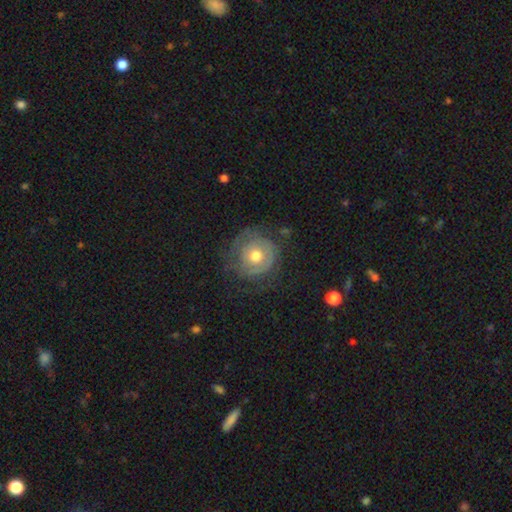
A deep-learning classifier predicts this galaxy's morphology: smooth-or-featured: featured or disk: 54% | smooth: 38% | star or artifact: 8%
  disk-edge-on: no: 97% | yes: 3%
    bar: no: 87% | weak: 11% | strong: 2%
    has-spiral-arms: yes: 59% | no: 41%
    bulge-size: moderate: 75% | small: 11% | large: 11% | dominant: 1% | none: 1%
  merging: none: 62% | minor disturbance: 21% | major disturbance: 16% | merger: 2%